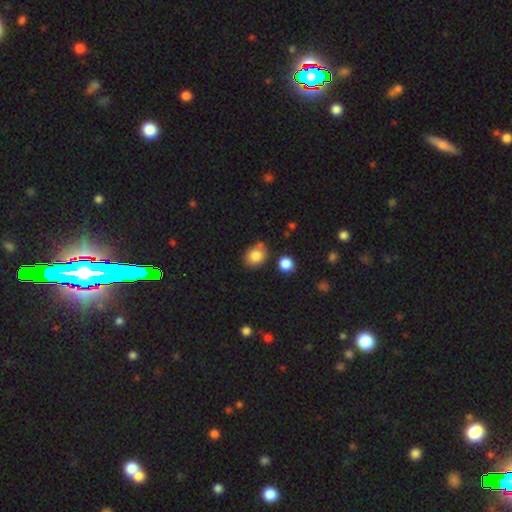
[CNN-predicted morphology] Smooth or featured: smooth — 83% (star or artifact — 9%)
How rounded: round — 57% (in between — 42%)
Merging: none — 68% (minor disturbance — 17%)